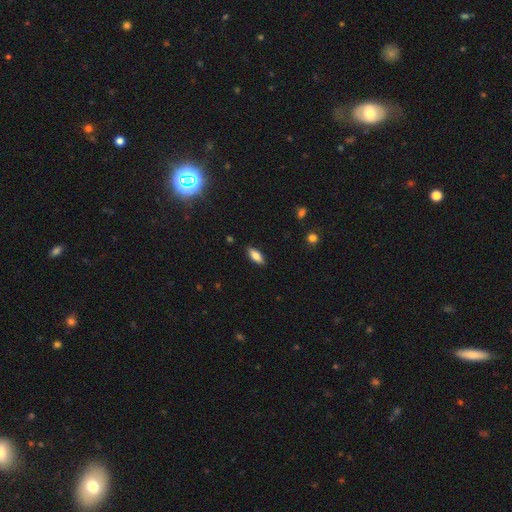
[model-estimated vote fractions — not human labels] Smooth or featured: smooth — 79% (featured or disk — 14%)
How rounded: in between — 79% (cigar-shaped — 19%)
Merging: none — 87% (minor disturbance — 10%)